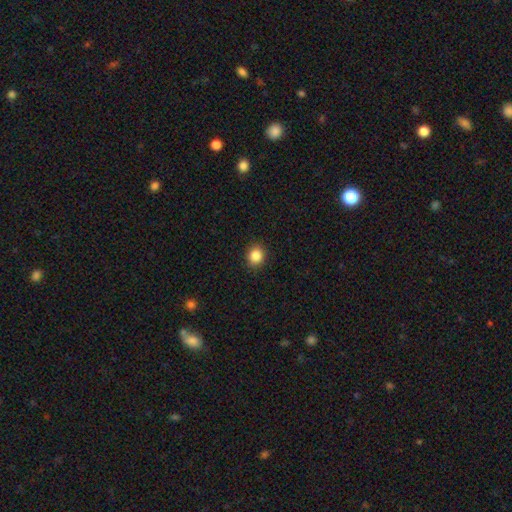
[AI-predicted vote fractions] Smooth or featured: smooth — 86% (star or artifact — 10%)
How rounded: round — 72% (in between — 27%)
Merging: none — 90% (minor disturbance — 7%)